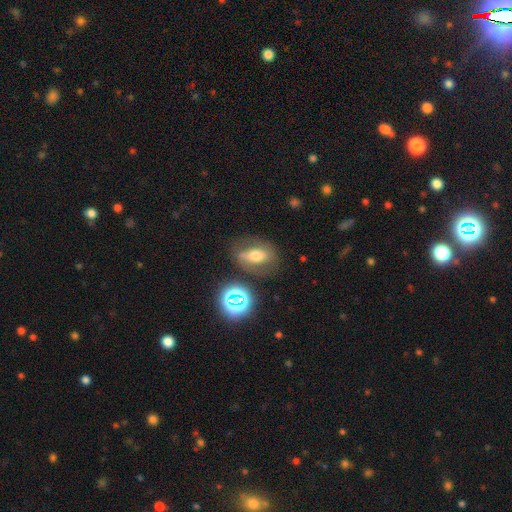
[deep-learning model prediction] A smooth galaxy with no disk features (49%).

Vote fractions:
- Smooth or featured? smooth: 49% / featured or disk: 34% / star or artifact: 16%
- Merging? none: 66% / minor disturbance: 19% / major disturbance: 9% / merger: 6%